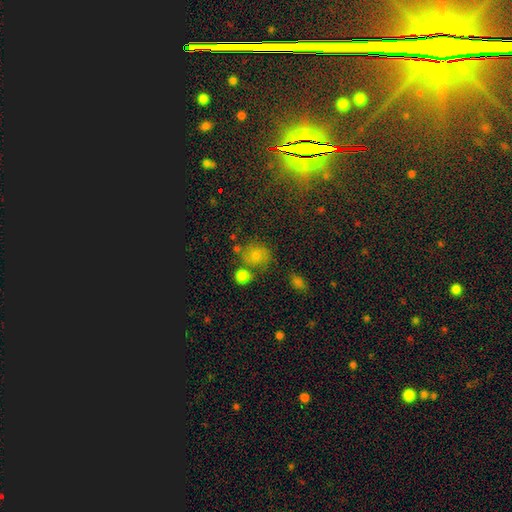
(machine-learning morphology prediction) smooth 71%, featured or disk 15%, star or artifact 14%. Down the decision tree: how rounded — round (76%); merging — none (60%).